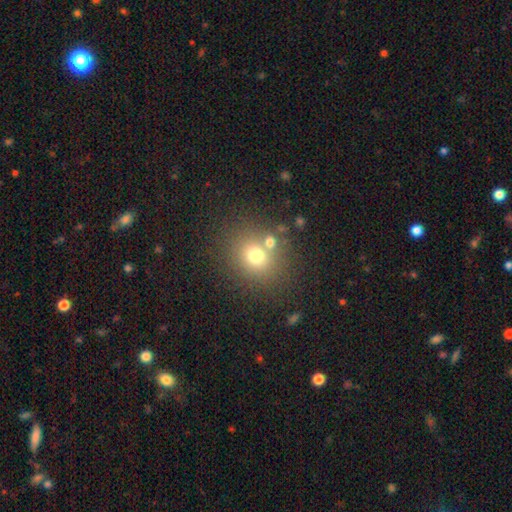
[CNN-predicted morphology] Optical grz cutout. It shows a smooth galaxy with no disk features (70%) that is round (76%). Merging: none (67%).